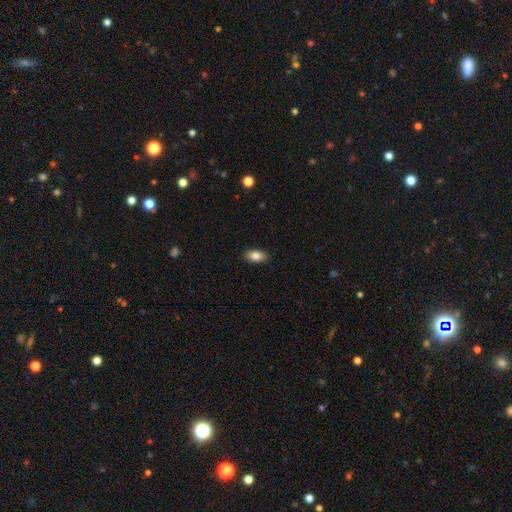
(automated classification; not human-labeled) Overall: smooth (84%). How rounded: in between (92%). Merging: none (89%).